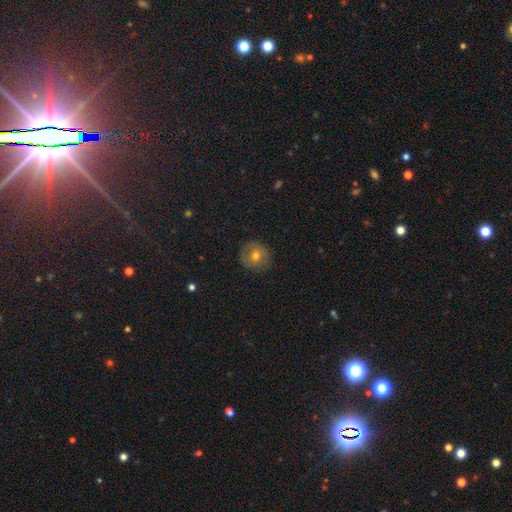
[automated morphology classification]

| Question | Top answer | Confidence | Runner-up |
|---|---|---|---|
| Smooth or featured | smooth | 64% | featured or disk (24%) |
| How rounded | round | 92% | in between (7%) |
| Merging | none | 86% | minor disturbance (10%) |